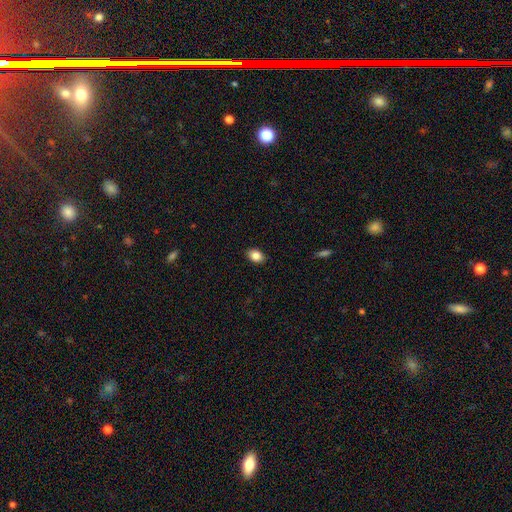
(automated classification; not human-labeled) smooth_or_featured: smooth (p=0.86) [alt: star or artifact p=0.09]
how_rounded: in between (p=0.76) [alt: round p=0.22]
merging: none (p=0.88) [alt: minor disturbance p=0.09]